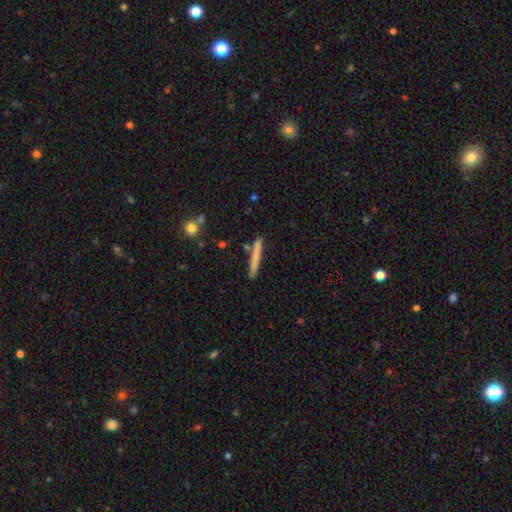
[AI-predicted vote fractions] Q: Smooth or featured?
A: smooth (70%); runner-up: featured or disk (24%)
Q: How rounded?
A: cigar-shaped (96%); runner-up: in between (3%)
Q: Merging?
A: none (85%); runner-up: minor disturbance (9%)